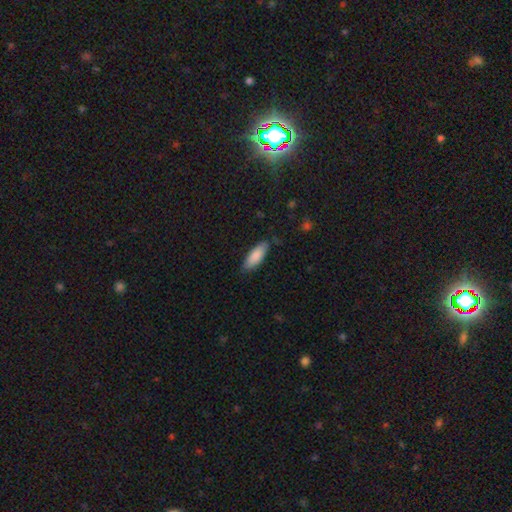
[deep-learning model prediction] Smooth or featured? Predicted: smooth (p=0.87). How rounded? Predicted: in between (p=0.69). Merging? Predicted: none (p=0.79).